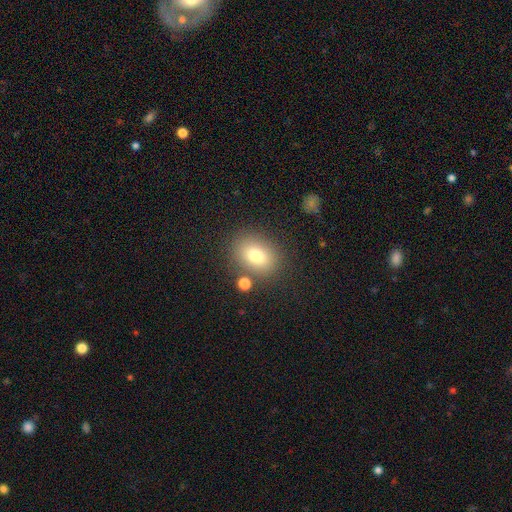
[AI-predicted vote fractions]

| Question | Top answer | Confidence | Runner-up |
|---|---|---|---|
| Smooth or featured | smooth | 78% | featured or disk (11%) |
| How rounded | in between | 66% | round (33%) |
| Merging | none | 78% | minor disturbance (11%) |